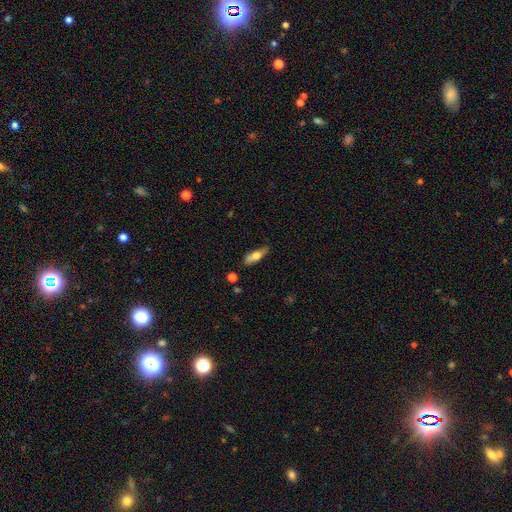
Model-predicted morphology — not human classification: A smooth galaxy with no disk features (68%) that is in between round and cigar-shaped (58%). Merging: none (70%).